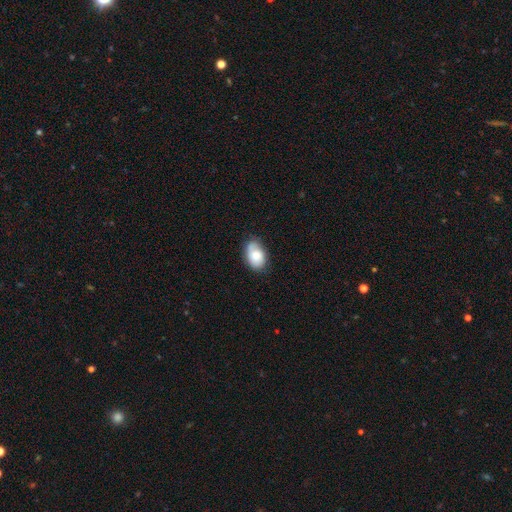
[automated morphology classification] Q: Smooth or featured?
A: smooth (72%); runner-up: featured or disk (20%)
Q: How rounded?
A: in between (87%); runner-up: round (12%)
Q: Merging?
A: none (64%); runner-up: minor disturbance (27%)